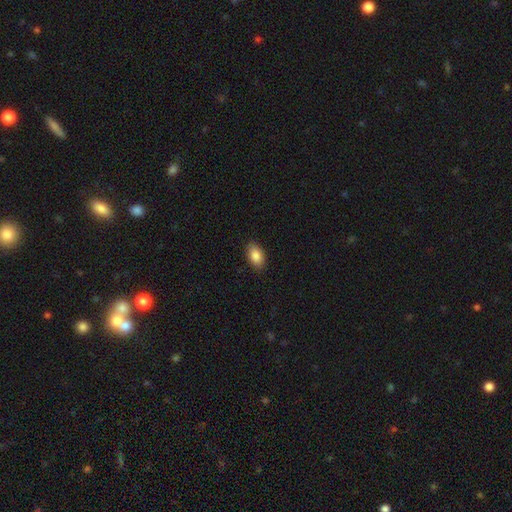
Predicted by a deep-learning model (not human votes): Smooth or featured? Predicted: smooth (p=0.87). How rounded? Predicted: in between (p=0.91). Merging? Predicted: none (p=0.88).